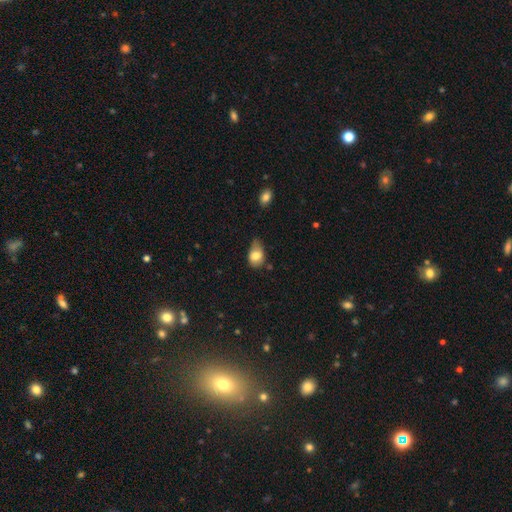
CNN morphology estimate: Smooth or featured: smooth — 78% (featured or disk — 14%)
How rounded: in between — 79% (round — 20%)
Merging: minor disturbance — 46% (none — 36%)